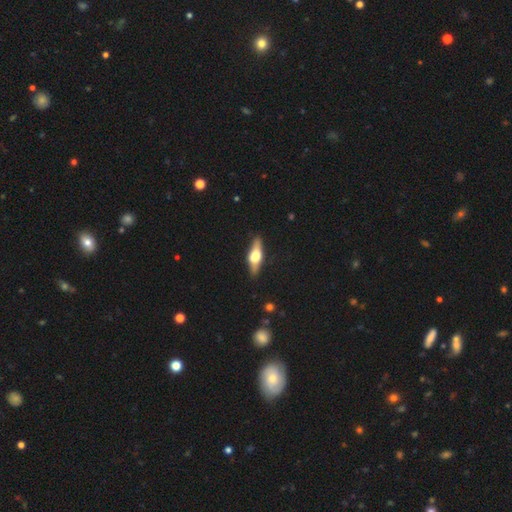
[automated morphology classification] Q: Smooth or featured?
A: featured or disk (59%); runner-up: smooth (35%)
Q: Edge-on disk?
A: yes (92%); runner-up: no (8%)
Q: Edge-on bulge?
A: rounded (93%); runner-up: boxy (5%)
Q: Merging?
A: none (86%); runner-up: minor disturbance (10%)